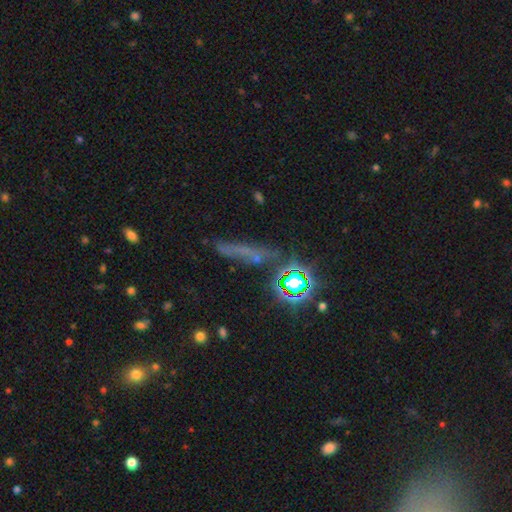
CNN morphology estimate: This is marginally a smooth galaxy (42%). Merging: likely none (65%).